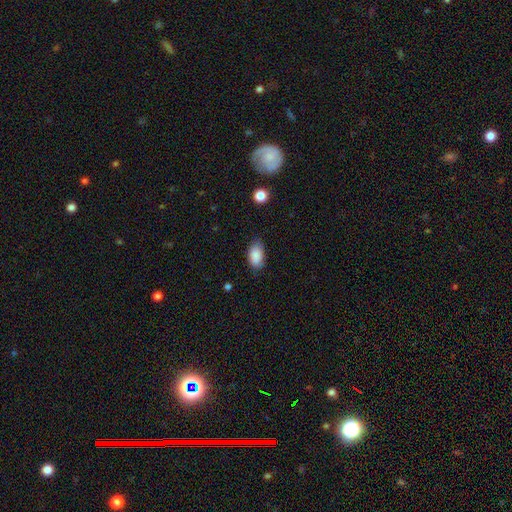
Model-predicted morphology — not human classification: smooth_or_featured: smooth (p=0.88) [alt: star or artifact p=0.07]
how_rounded: in between (p=0.93) [alt: round p=0.05]
merging: none (p=0.74) [alt: minor disturbance p=0.21]